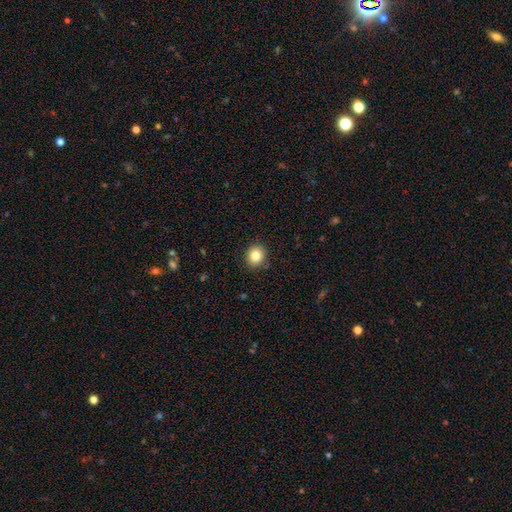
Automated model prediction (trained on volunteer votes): Smooth or featured? smooth (82%)
How rounded? round (83%)
Merging? none (90%)